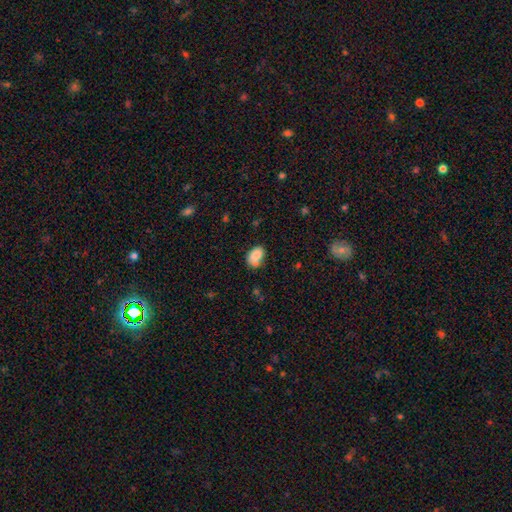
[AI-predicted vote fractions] Overall: smooth (83%). How rounded: in between (86%). Merging: none (53%; minor disturbance 26%).